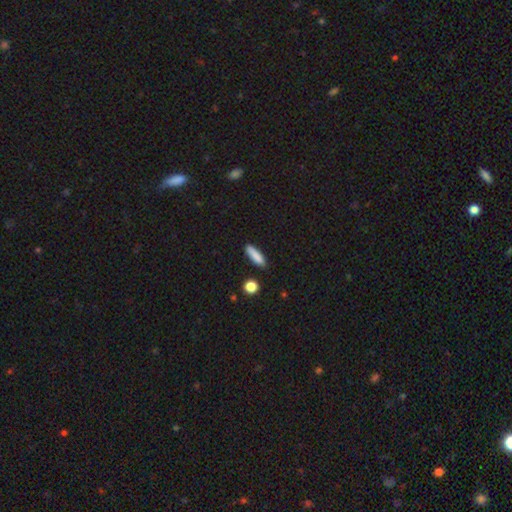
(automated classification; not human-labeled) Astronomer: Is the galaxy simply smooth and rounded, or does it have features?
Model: smooth — 85%.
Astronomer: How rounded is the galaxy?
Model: cigar-shaped — 70%.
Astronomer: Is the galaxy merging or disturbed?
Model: none — 84%.